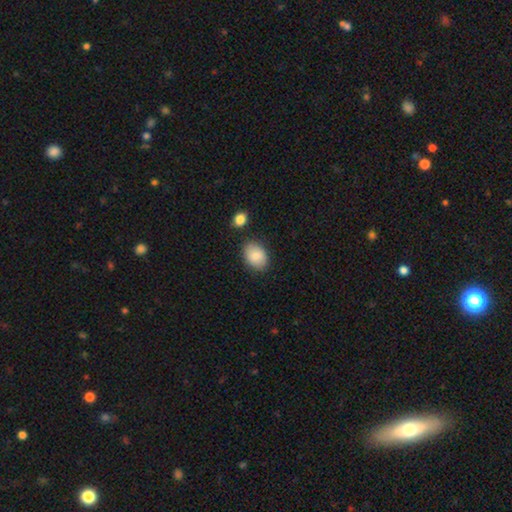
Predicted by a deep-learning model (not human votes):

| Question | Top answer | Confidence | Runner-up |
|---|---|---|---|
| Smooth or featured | smooth | 86% | featured or disk (7%) |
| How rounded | in between | 81% | round (18%) |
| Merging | none | 80% | minor disturbance (13%) |